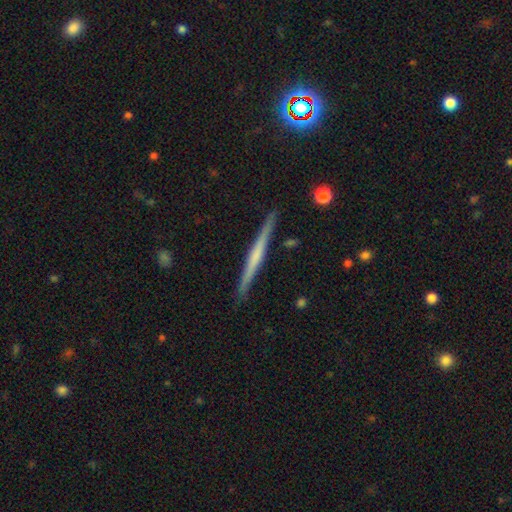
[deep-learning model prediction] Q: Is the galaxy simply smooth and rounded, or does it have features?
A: featured or disk — 62%.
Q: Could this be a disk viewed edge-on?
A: yes — 98%.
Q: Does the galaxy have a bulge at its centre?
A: none — 59%.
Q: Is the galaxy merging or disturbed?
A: none — 90%.